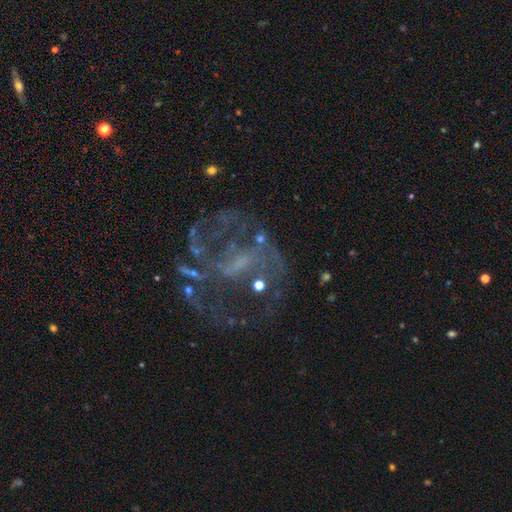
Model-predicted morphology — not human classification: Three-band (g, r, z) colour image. It shows a featured or disk galaxy (71%) with no bar (48%), spiral arms (60%) and no central bulge (51%). Merging: none (50%).